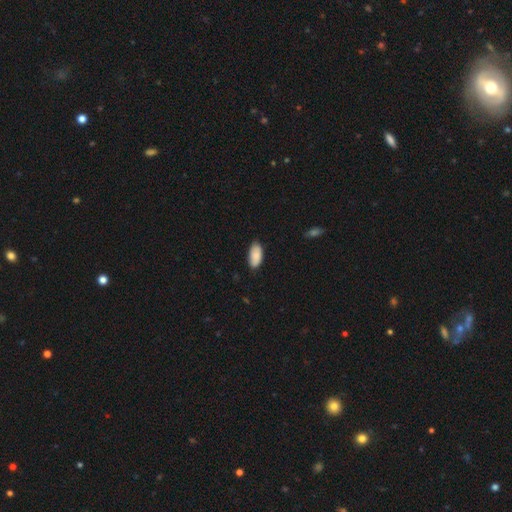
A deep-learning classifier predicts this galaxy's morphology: Q: Smooth or featured?
A: smooth (87%); runner-up: featured or disk (7%)
Q: How rounded?
A: in between (94%); runner-up: cigar-shaped (4%)
Q: Merging?
A: none (81%); runner-up: minor disturbance (16%)